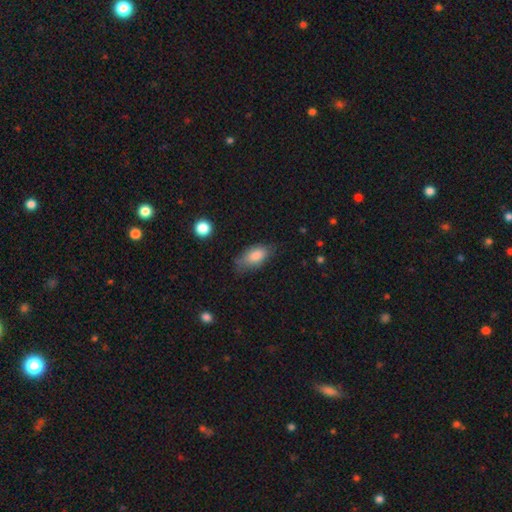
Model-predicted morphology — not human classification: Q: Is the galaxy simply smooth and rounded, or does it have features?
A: smooth — 82%.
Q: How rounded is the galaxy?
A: in between — 88%.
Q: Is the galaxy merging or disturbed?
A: none — 63%.